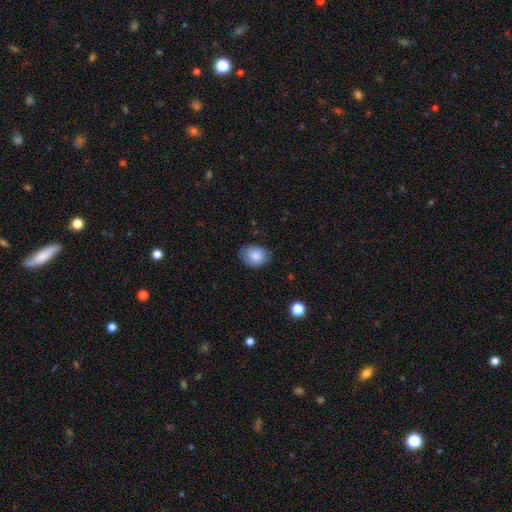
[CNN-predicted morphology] Q: Smooth or featured?
A: smooth (85%); runner-up: featured or disk (8%)
Q: How rounded?
A: in between (68%); runner-up: round (31%)
Q: Merging?
A: none (74%); runner-up: minor disturbance (21%)